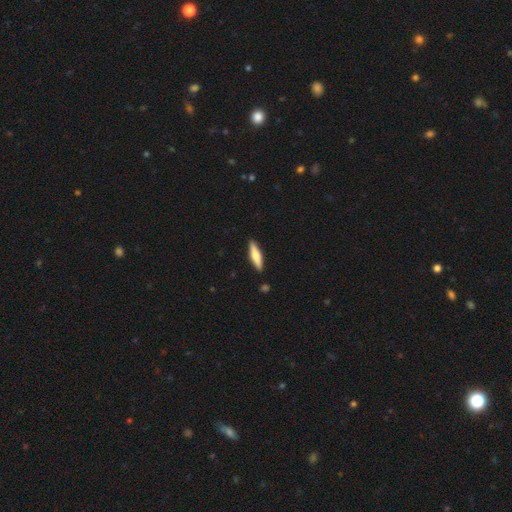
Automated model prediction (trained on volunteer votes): Smooth or featured? Predicted: smooth (p=0.61). How rounded? Predicted: cigar-shaped (p=0.77). Merging? Predicted: none (p=0.89).